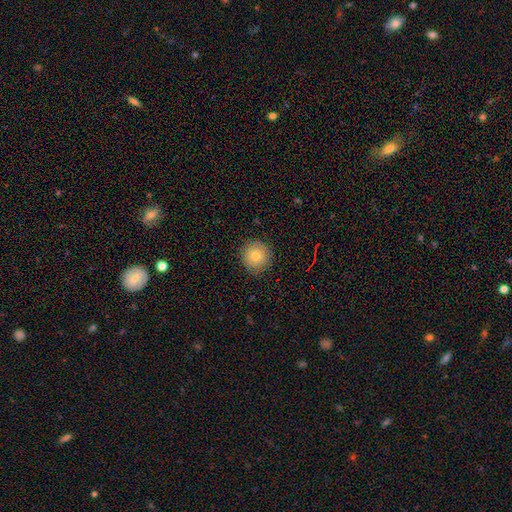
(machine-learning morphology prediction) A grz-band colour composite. It shows a smooth galaxy with no disk features (79%) that is round (95%). Merging: none (90%).